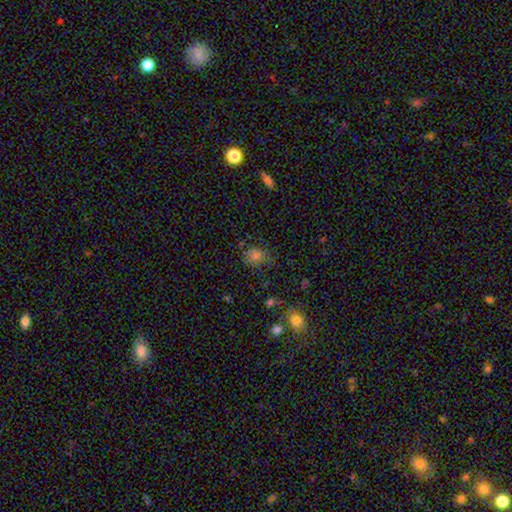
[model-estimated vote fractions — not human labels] A smooth galaxy with no disk features (75%) that is round (58%).

Vote fractions:
- Smooth or featured? smooth: 75% / star or artifact: 15% / featured or disk: 10%
- How rounded? round: 58% / in between: 41% / cigar-shaped: 1%
- Merging? none: 64% / minor disturbance: 24% / major disturbance: 8% / merger: 3%